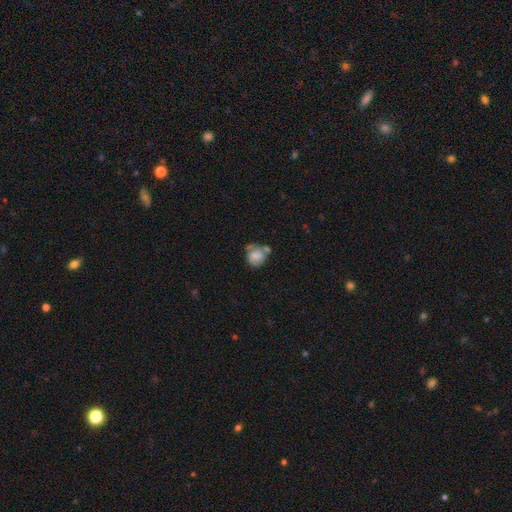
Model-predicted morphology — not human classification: Overall: smooth (66%). How rounded: round (67%; in between 32%). Merging: none (36%; merger 26%).